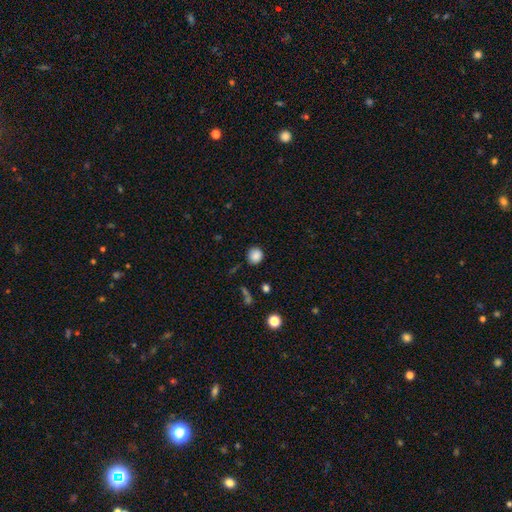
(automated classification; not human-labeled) smooth_or_featured: smooth (p=0.85) [alt: star or artifact p=0.10]
how_rounded: round (p=0.89) [alt: in between p=0.10]
merging: none (p=0.86) [alt: minor disturbance p=0.10]